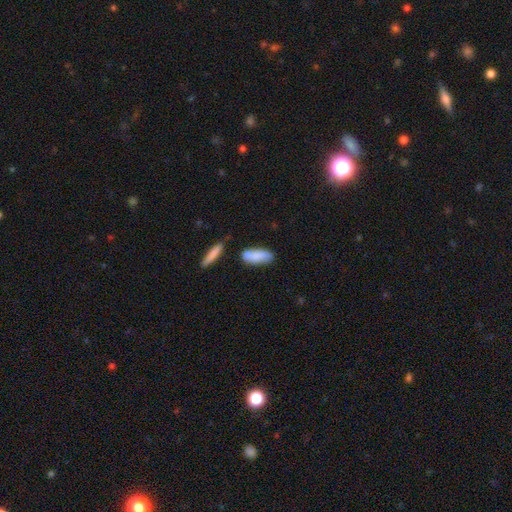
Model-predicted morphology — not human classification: smooth-or-featured: smooth: 78% | featured or disk: 15% | star or artifact: 6%
  how-rounded: in between: 71% | cigar-shaped: 27% | round: 2%
  merging: none: 64% | minor disturbance: 19% | merger: 13% | major disturbance: 4%